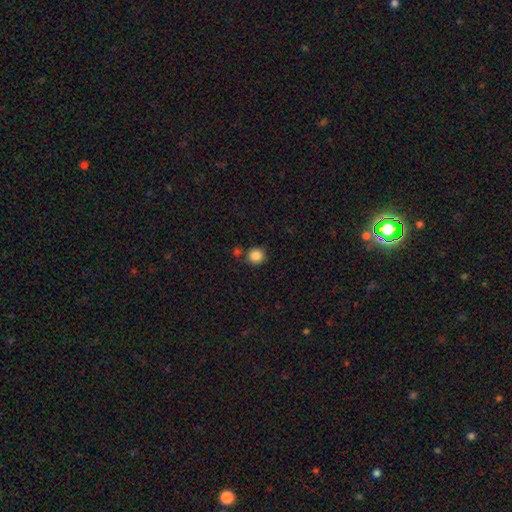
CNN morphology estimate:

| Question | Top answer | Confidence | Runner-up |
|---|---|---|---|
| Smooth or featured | smooth | 86% | star or artifact (10%) |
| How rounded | round | 90% | in between (9%) |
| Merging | none | 78% | minor disturbance (10%) |